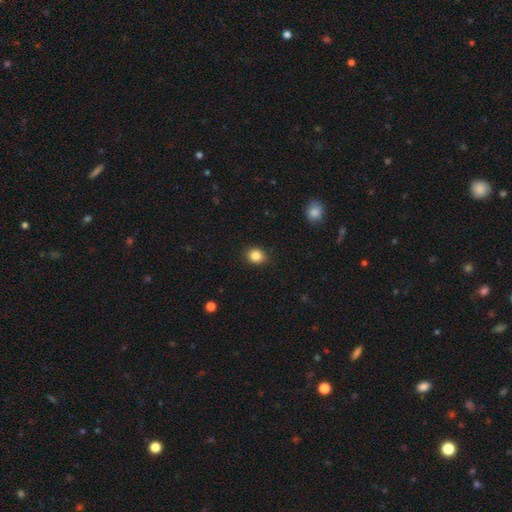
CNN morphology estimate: Smooth or featured: smooth — 86% (star or artifact — 10%)
How rounded: round — 71% (in between — 28%)
Merging: none — 88% (minor disturbance — 8%)